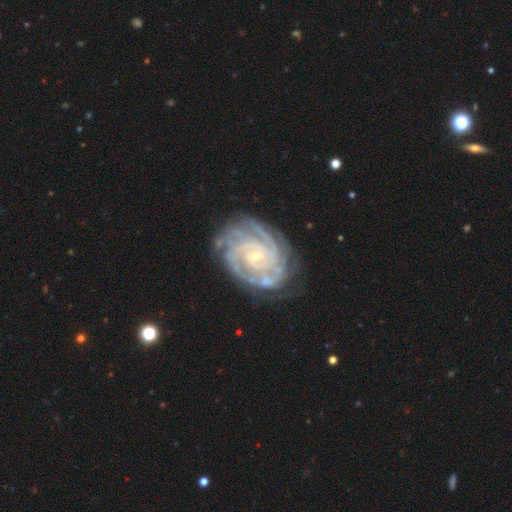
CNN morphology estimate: smooth_or_featured: featured or disk (p=0.91) [alt: star or artifact p=0.05]
disk_edge_on: no (p=0.98) [alt: yes p=0.02]
bar: no (p=0.58) [alt: weak p=0.31]
has_spiral_arms: yes (p=0.98) [alt: no p=0.02]
spiral_winding: tight (p=0.81) [alt: medium p=0.17]
spiral_arm_count: 2 (p=0.23) [tied with: 3 p=0.23]
bulge_size: small (p=0.79) [alt: moderate p=0.17]
merging: none (p=0.74) [alt: minor disturbance p=0.18]